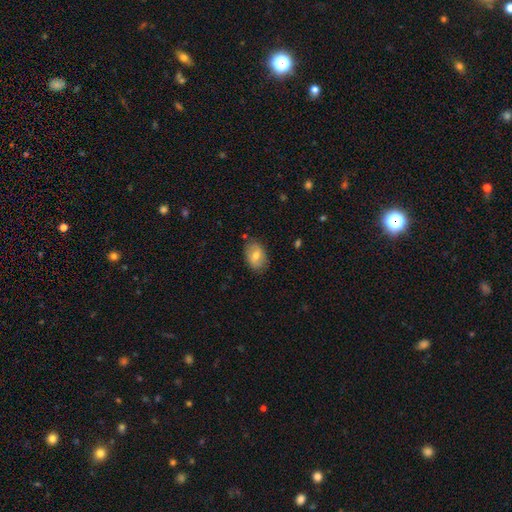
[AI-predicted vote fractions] smooth 68%, featured or disk 24%, star or artifact 8%. Down the decision tree: how rounded — in between (84%); merging — none (82%).